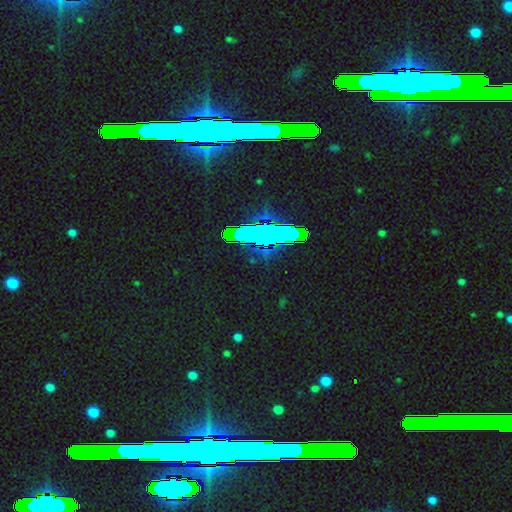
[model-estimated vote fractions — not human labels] Smooth or featured: star or artifact — 81% (smooth — 10%)